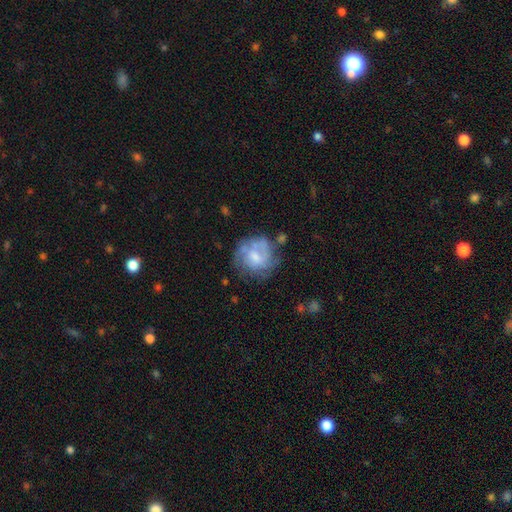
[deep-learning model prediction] featured or disk 50%, smooth 42%, star or artifact 8%. Down the decision tree: merging — none (53%).